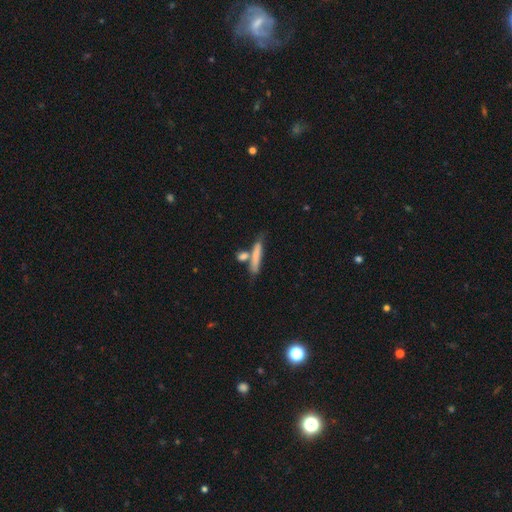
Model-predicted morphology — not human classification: Smooth or featured? smooth (72%)
How rounded? cigar-shaped (85%)
Merging? none (58%)